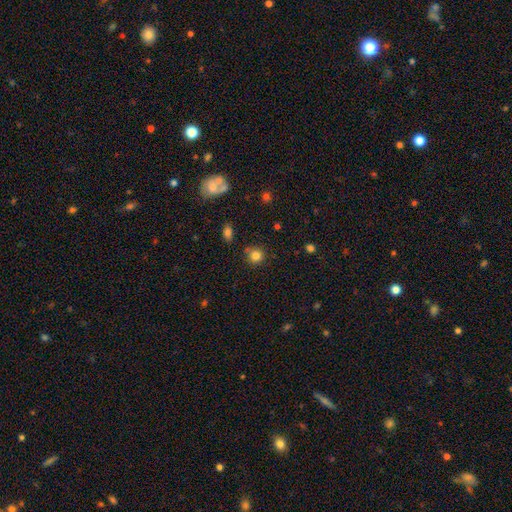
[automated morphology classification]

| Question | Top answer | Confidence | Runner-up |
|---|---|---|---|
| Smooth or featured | smooth | 82% | star or artifact (12%) |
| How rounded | round | 88% | in between (11%) |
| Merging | none | 76% | minor disturbance (14%) |